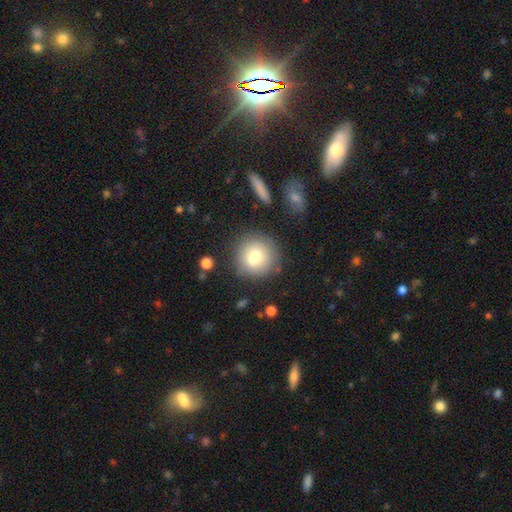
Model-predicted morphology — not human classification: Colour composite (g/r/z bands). It shows a smooth galaxy with no disk features (77%) that is round (93%). Merging: none (79%).